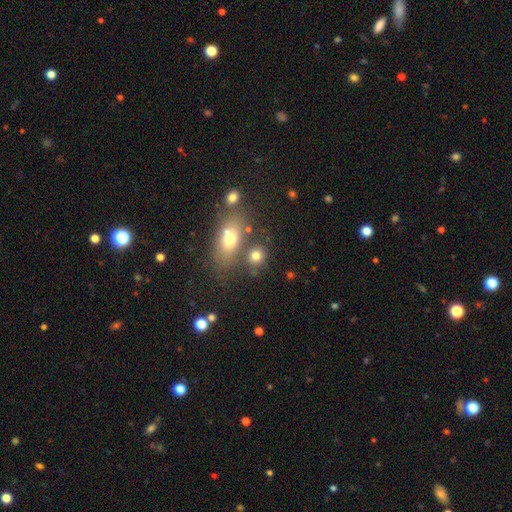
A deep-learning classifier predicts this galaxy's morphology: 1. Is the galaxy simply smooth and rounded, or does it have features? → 75% smooth, 13% star or artifact, 11% featured or disk.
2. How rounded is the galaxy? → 64% round, 34% in between, 3% cigar-shaped.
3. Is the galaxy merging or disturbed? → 61% none, 23% merger, 11% minor disturbance, 6% major disturbance.